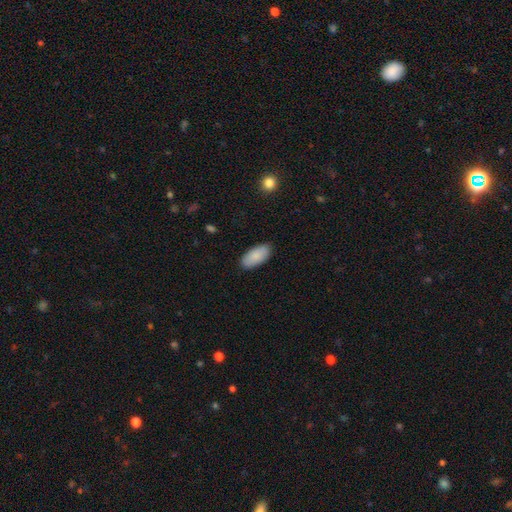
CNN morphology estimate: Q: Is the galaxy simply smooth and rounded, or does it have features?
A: smooth — 88%.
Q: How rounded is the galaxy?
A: in between — 93%.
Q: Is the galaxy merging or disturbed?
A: none — 87%.